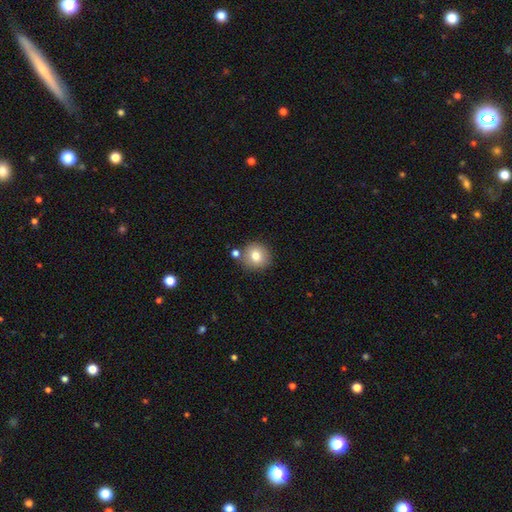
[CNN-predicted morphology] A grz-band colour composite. It shows a smooth galaxy with no disk features (78%) that is round (91%). Merging: none (79%).